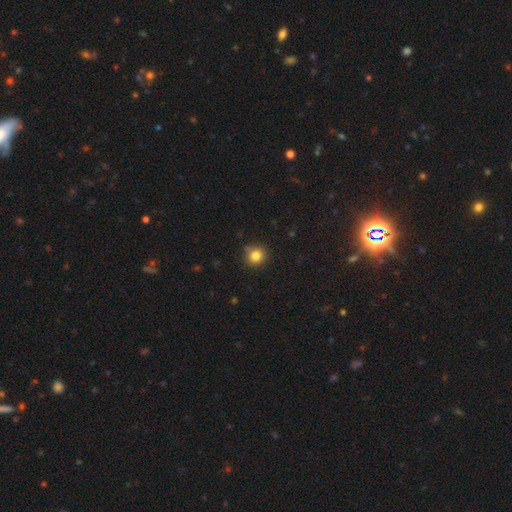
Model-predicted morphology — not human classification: A smooth galaxy with no disk features (83%) that is round (87%). Merging: none (81%).